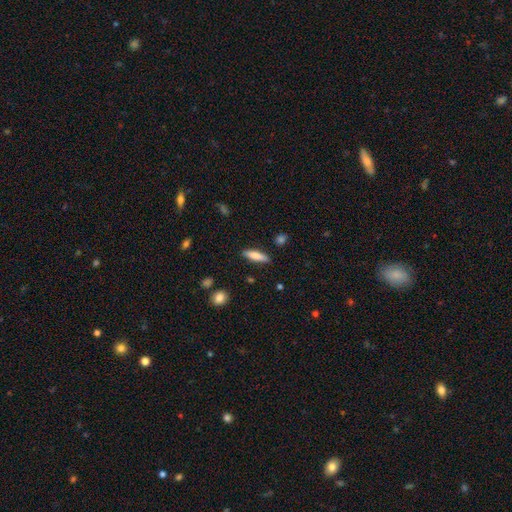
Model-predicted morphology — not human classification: Smooth or featured: smooth — 76% (featured or disk — 17%)
How rounded: cigar-shaped — 68% (in between — 30%)
Merging: none — 87% (minor disturbance — 9%)